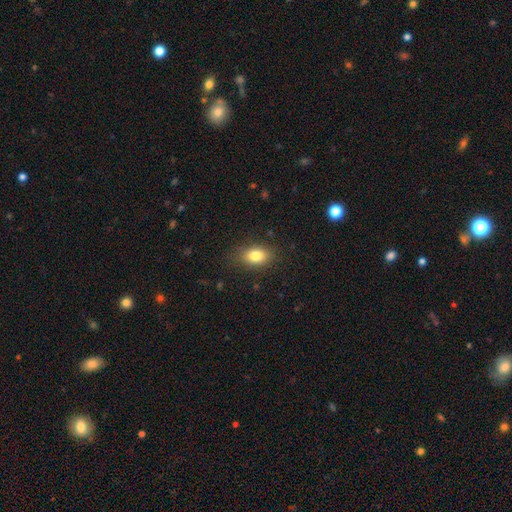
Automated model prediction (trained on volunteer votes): The model was most divided on "how rounded": in between: 83%, round: 14%, cigar-shaped: 2%. More confident: merging — none (83%); smooth or featured — smooth (82%).